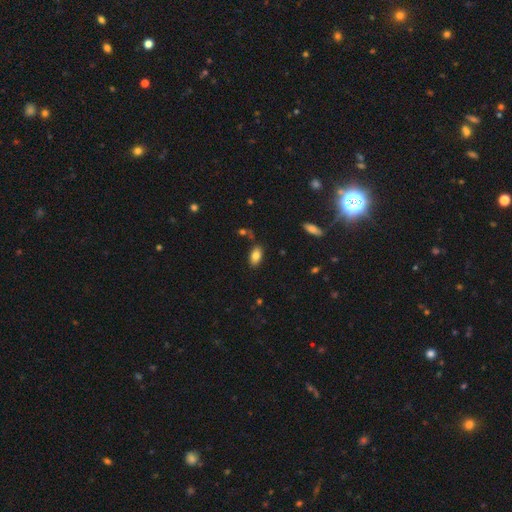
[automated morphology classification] The model was most divided on "merging": none: 76%, minor disturbance: 14%, merger: 6%, major disturbance: 4%. More confident: how rounded — in between (92%); smooth or featured — smooth (82%).